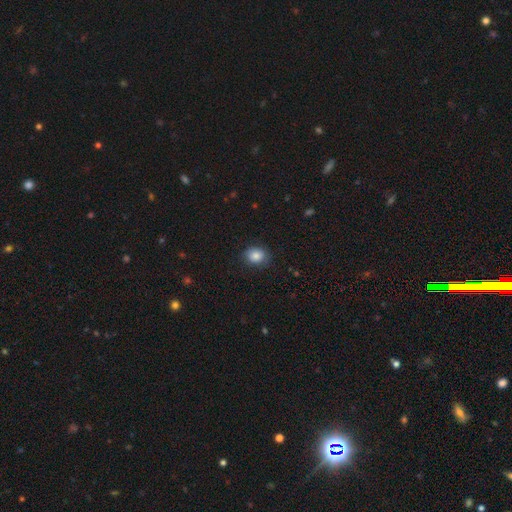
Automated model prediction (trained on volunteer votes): The model was most divided on "how rounded": round: 61%, in between: 38%, cigar-shaped: 1%. More confident: smooth or featured — smooth (84%); merging — none (80%).